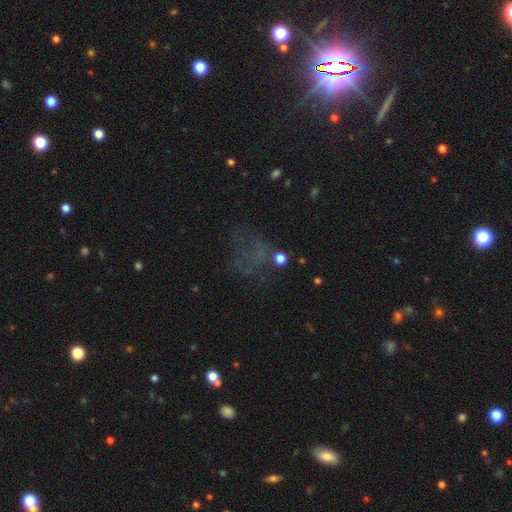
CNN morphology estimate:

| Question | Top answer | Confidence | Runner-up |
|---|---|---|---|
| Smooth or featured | star or artifact | 39% | smooth (32%) |